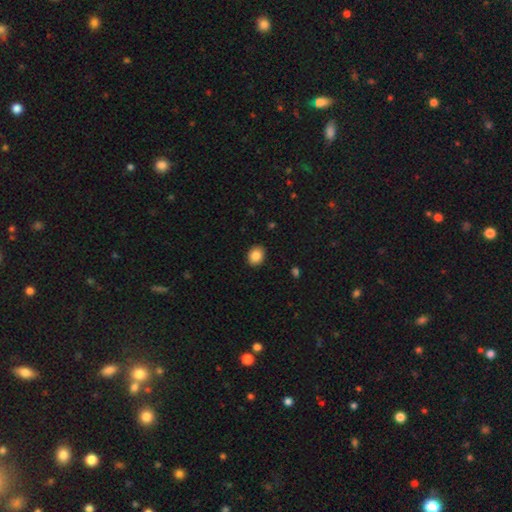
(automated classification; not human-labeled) Smooth or featured?
  - smooth: 87% *
  - star or artifact: 9%
  - featured or disk: 4%
How rounded?
  - round: 52% *
  - in between: 47%
  - cigar-shaped: 1%
Merging?
  - none: 89% *
  - minor disturbance: 8%
  - major disturbance: 2%
  - merger: 1%